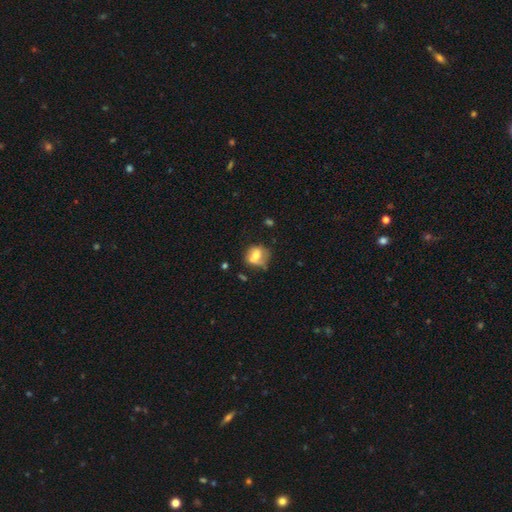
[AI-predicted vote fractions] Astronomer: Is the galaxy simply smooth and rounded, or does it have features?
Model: smooth — 60%.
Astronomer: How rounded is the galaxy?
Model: round — 69%.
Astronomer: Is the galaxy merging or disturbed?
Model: none — 49% (runner-up: minor disturbance, 27%).